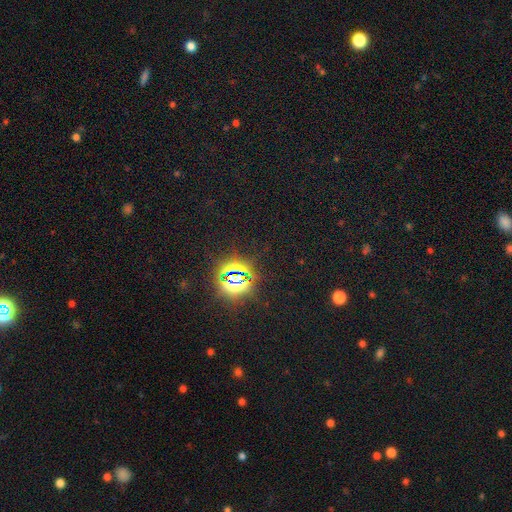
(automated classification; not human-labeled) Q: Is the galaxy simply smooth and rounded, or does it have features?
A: star or artifact — 80%.